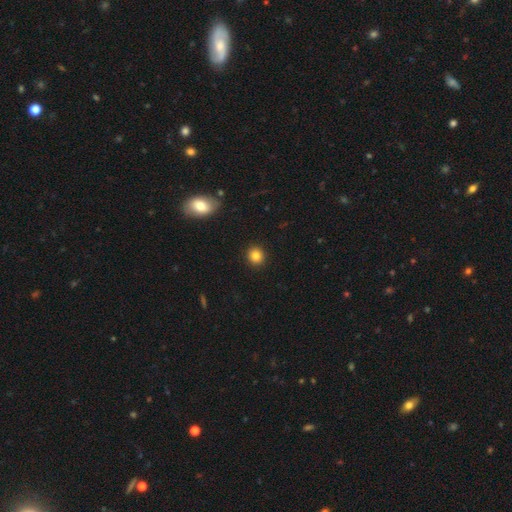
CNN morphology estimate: A smooth galaxy with no disk features (83%) that is round (87%). Merging: none (92%).